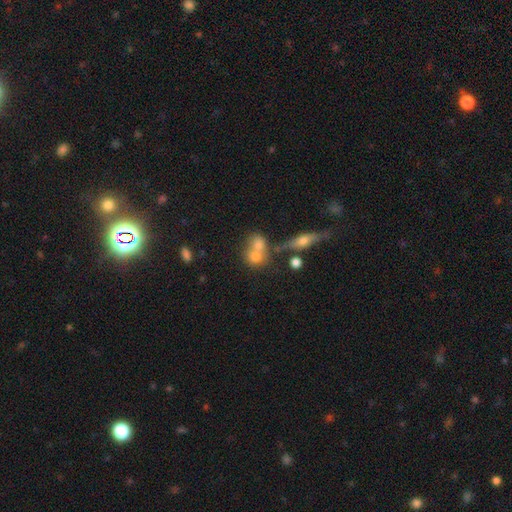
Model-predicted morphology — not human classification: Q: Smooth or featured?
A: smooth (69%); runner-up: featured or disk (20%)
Q: How rounded?
A: round (64%); runner-up: in between (34%)
Q: Merging?
A: merger (57%); runner-up: none (31%)